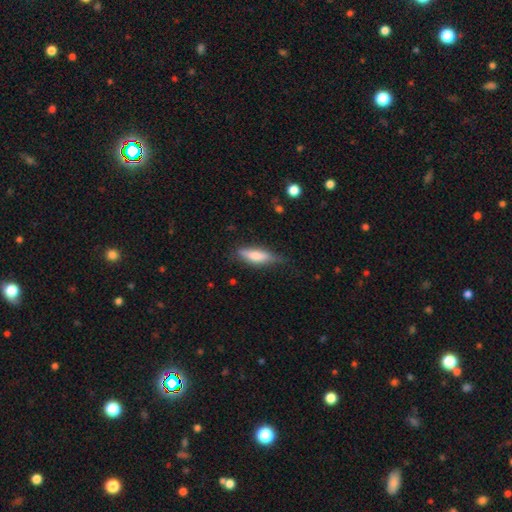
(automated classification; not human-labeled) This is likely a smooth galaxy (62%). How rounded: possibly cigar-shaped (56%). Merging: likely none (65%).